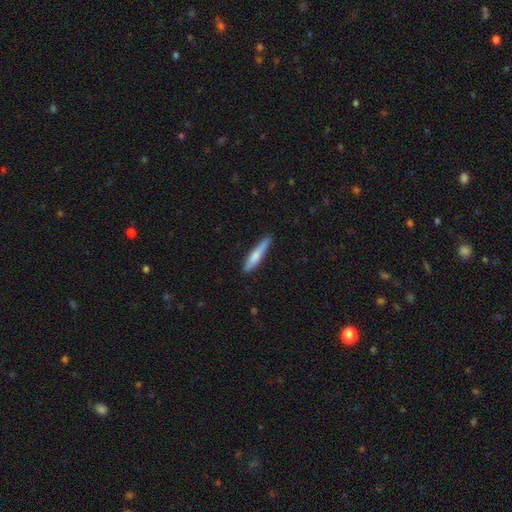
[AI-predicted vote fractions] A smooth galaxy with no disk features (69%) that is cigar-shaped (89%).

Vote fractions:
- Smooth or featured? smooth: 69% / featured or disk: 26% / star or artifact: 5%
- How rounded? cigar-shaped: 89% / in between: 10% / round: 1%
- Merging? none: 81% / minor disturbance: 15% / major disturbance: 2% / merger: 2%